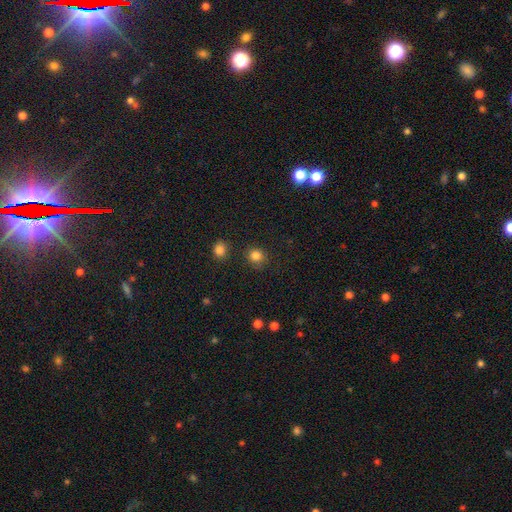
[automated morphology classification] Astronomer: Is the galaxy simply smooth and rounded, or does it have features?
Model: smooth — 83%.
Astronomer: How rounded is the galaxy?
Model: round — 89%.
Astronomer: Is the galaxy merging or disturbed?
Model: none — 84%.